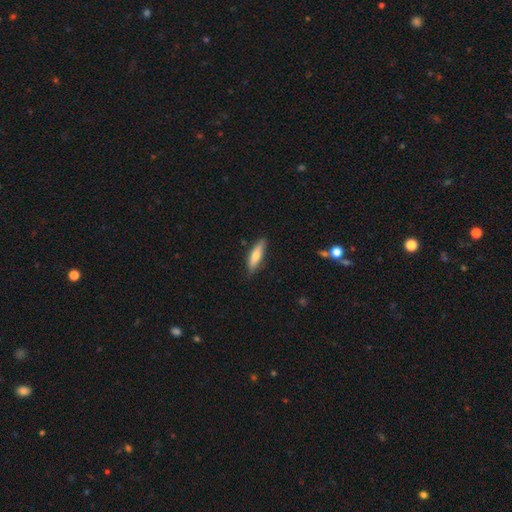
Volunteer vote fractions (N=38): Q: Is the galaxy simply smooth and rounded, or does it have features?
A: smooth — 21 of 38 (55%).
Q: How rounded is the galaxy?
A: cigar-shaped — 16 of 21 (76%).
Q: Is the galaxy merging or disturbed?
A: none — 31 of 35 (89%).